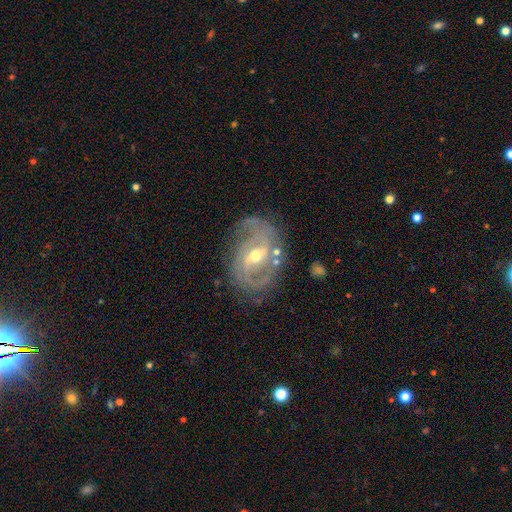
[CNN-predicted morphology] Overall: featured or disk (89%). Edge-on disk: no (96%). Bar: weak (47%; strong 36%). Spiral arms: yes (95%). Spiral arm count: 2 (75%). Spiral winding: medium (49%; tight 34%). Bulge size: moderate (59%; small 37%). Merging: none (72%).